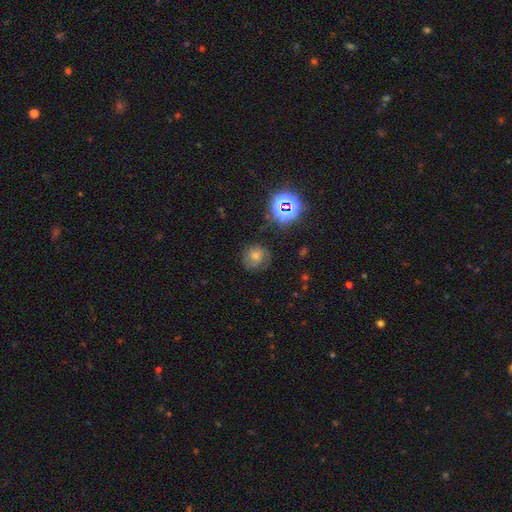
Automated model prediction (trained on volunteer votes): Morphology: type=smooth (62%); roundness=round (86%); merging=none (70%).